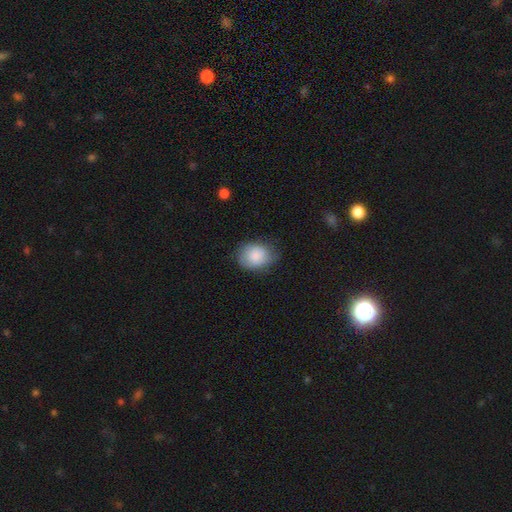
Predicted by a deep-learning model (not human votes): Q: Smooth or featured?
A: smooth (85%); runner-up: featured or disk (9%)
Q: How rounded?
A: round (50%); runner-up: in between (49%)
Q: Merging?
A: none (68%); runner-up: minor disturbance (25%)